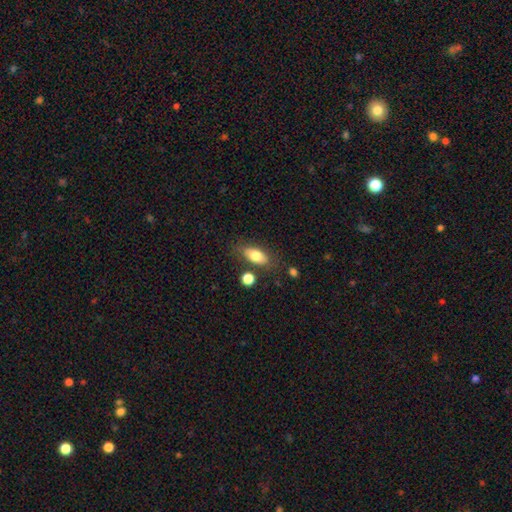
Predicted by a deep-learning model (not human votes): Smooth or featured? smooth (77%)
How rounded? in between (84%)
Merging? none (75%)